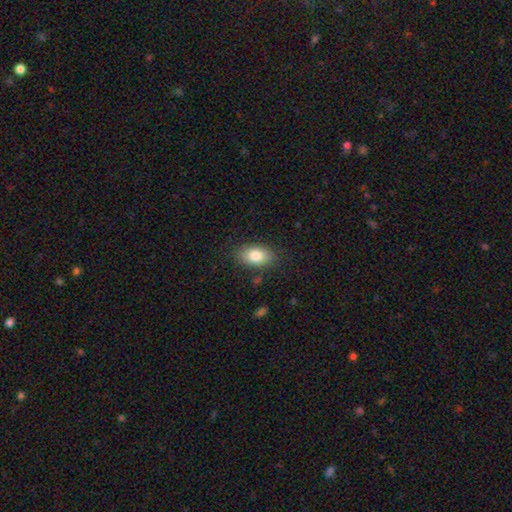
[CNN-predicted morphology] smooth 83%, featured or disk 10%, star or artifact 7%. Down the decision tree: how rounded — in between (91%); merging — none (84%).